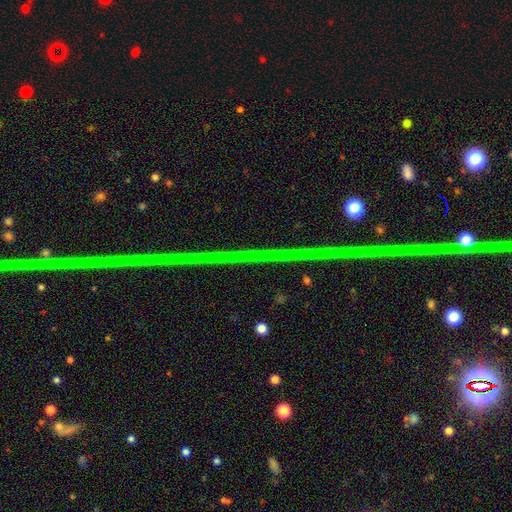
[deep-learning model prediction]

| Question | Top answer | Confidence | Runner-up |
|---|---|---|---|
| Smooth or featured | star or artifact | 87% | featured or disk (8%) |